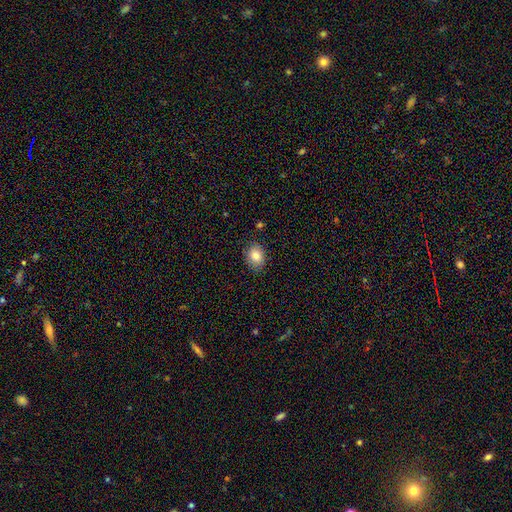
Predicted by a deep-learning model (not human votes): This is clearly a smooth galaxy (82%). How rounded: possibly in between (60%). Merging: clearly none (85%).